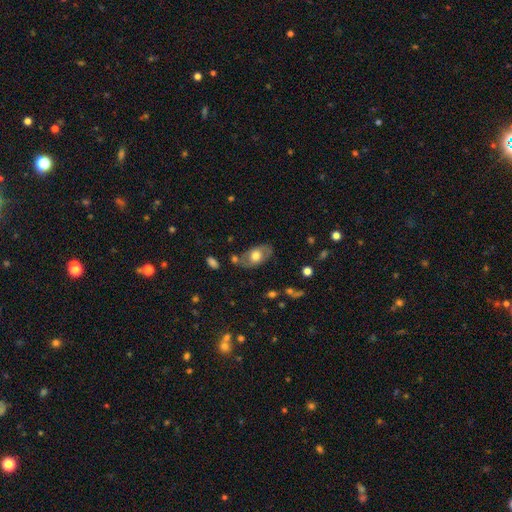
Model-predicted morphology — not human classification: Smooth or featured?
  - smooth: 56% *
  - featured or disk: 38%
  - star or artifact: 7%
How rounded?
  - in between: 88% *
  - round: 10%
  - cigar-shaped: 2%
Merging?
  - none: 69% *
  - minor disturbance: 19%
  - major disturbance: 6%
  - merger: 6%